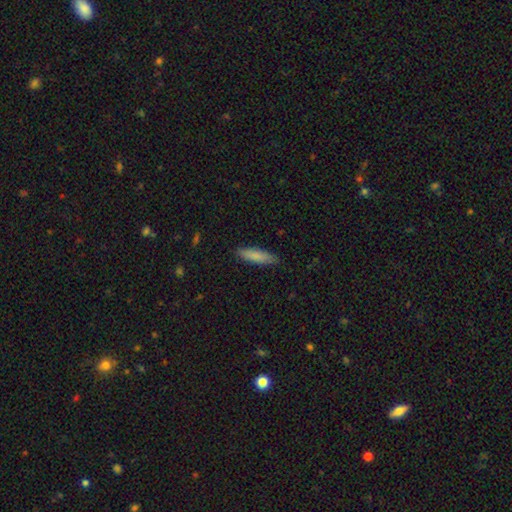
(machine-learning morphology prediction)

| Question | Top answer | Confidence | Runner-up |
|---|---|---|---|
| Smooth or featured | smooth | 83% | featured or disk (11%) |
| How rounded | cigar-shaped | 69% | in between (29%) |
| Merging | none | 86% | minor disturbance (11%) |